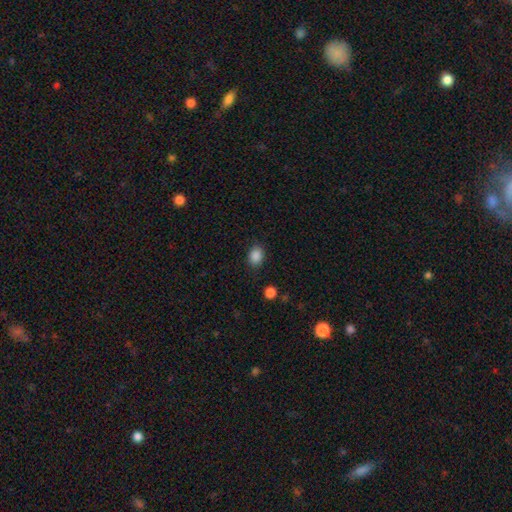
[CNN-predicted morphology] type=smooth (87%); roundness=in between (60%); merging=none (84%).